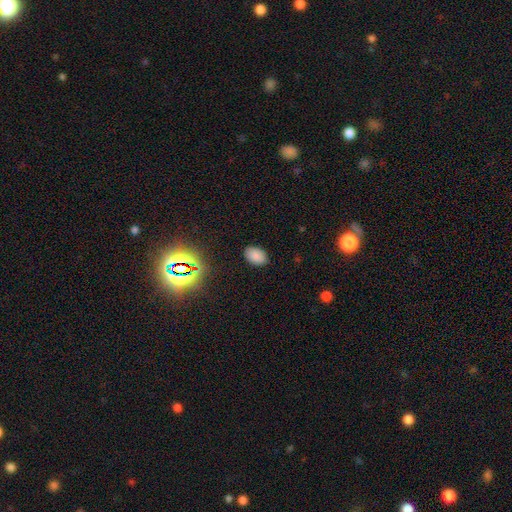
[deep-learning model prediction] smooth 82%, star or artifact 13%, featured or disk 4%. Down the decision tree: how rounded — in between (87%); merging — none (86%).